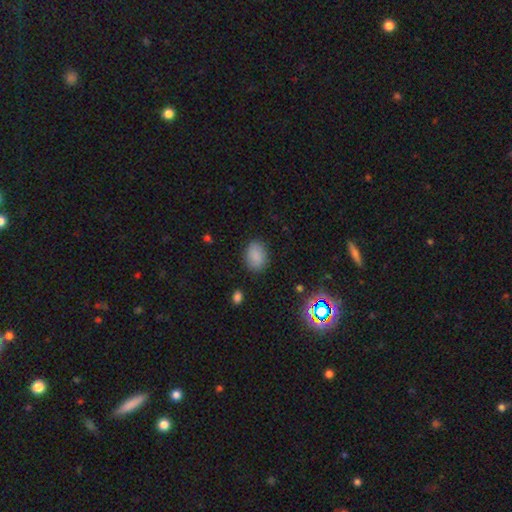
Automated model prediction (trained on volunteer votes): A smooth galaxy with no disk features (85%) that is in between round and cigar-shaped (73%). Merging: none (85%).